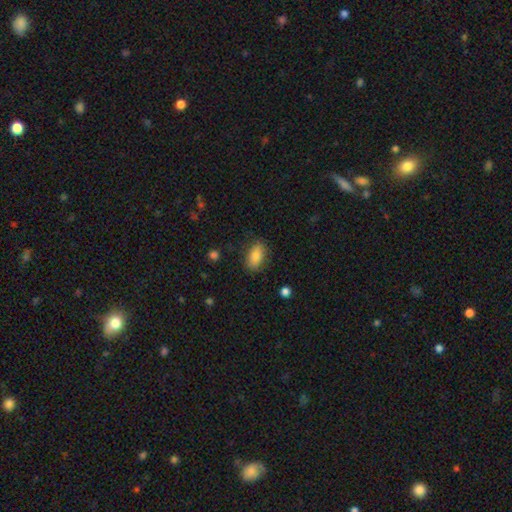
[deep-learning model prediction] Morphology: type=smooth (82%); roundness=in between (89%); merging=none (83%).